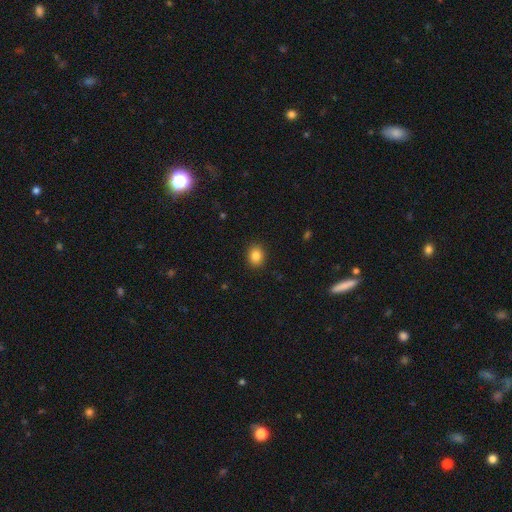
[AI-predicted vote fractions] The model was most divided on "how rounded": round: 60%, in between: 39%, cigar-shaped: 1%. More confident: merging — none (90%); smooth or featured — smooth (85%).